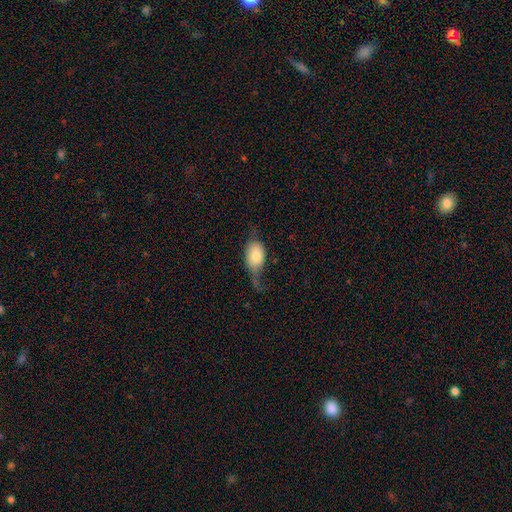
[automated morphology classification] smooth_or_featured: smooth (p=0.67) [alt: featured or disk p=0.26]
how_rounded: in between (p=0.85) [alt: round p=0.12]
merging: major disturbance (p=0.36) [alt: minor disturbance p=0.32]